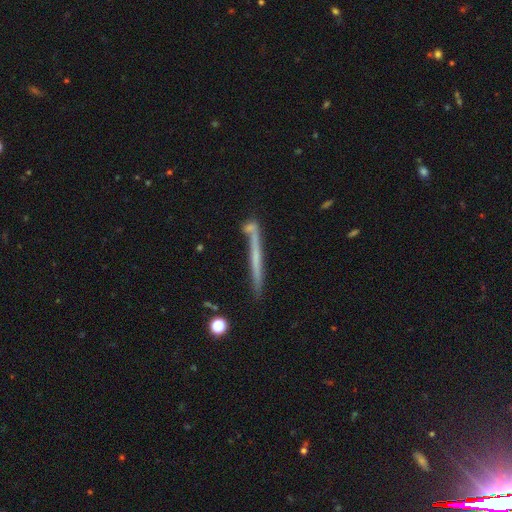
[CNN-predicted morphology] type=featured or disk (52%); edge-on=yes (95%); merging=none (75%).